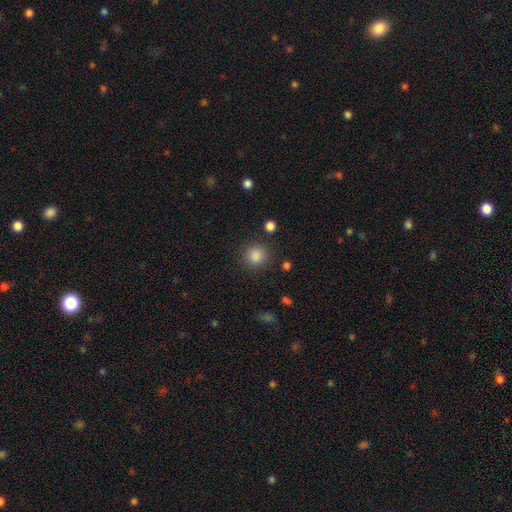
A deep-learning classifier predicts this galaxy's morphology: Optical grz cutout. It shows a smooth galaxy with no disk features (85%) that is round (89%). Merging: none (86%).